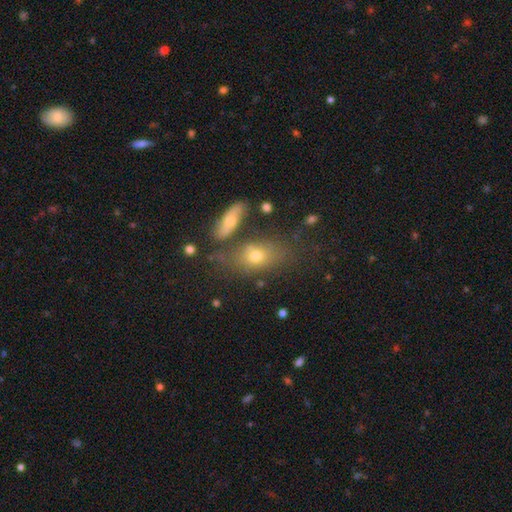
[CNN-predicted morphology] smooth-or-featured: smooth: 66% | featured or disk: 22% | star or artifact: 13%
  how-rounded: in between: 74% | round: 18% | cigar-shaped: 8%
  merging: none: 58% | merger: 20% | minor disturbance: 15% | major disturbance: 7%